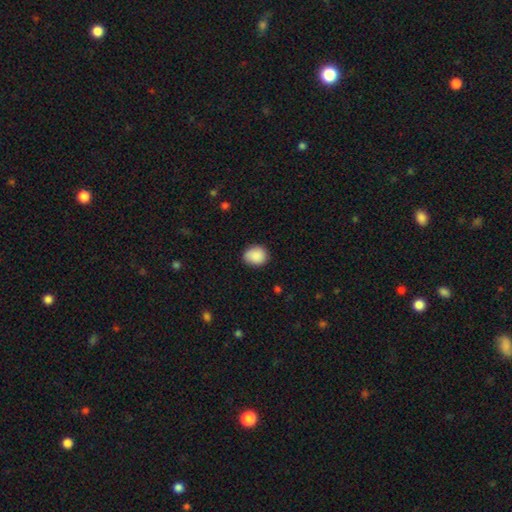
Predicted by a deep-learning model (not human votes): smooth_or_featured: smooth (p=0.89) [alt: star or artifact p=0.07]
how_rounded: round (p=0.61) [alt: in between p=0.38]
merging: none (p=0.83) [alt: minor disturbance p=0.13]